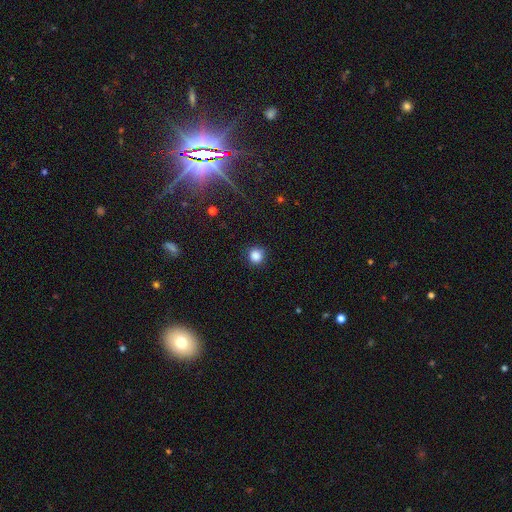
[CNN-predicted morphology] The model was most divided on "merging": none: 84%, minor disturbance: 12%, major disturbance: 3%, merger: 1%. More confident: how rounded — round (89%); smooth or featured — smooth (85%).